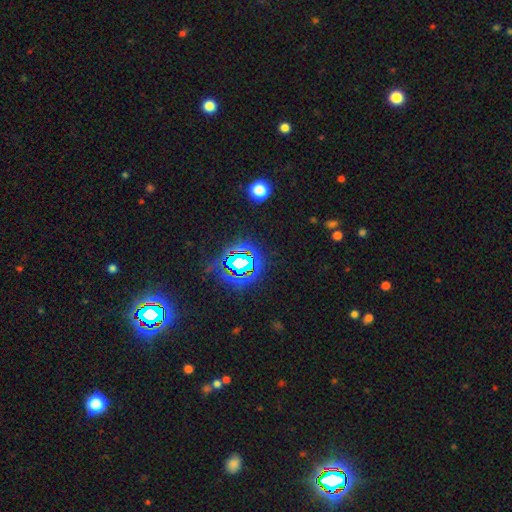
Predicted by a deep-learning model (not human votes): Smooth or featured: star or artifact — 81% (smooth — 12%)